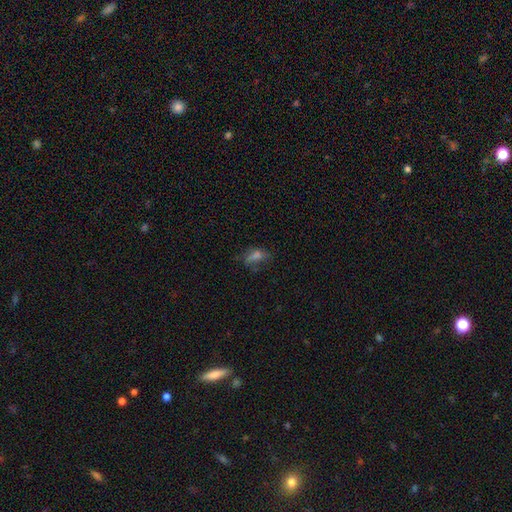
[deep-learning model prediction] Morphology: type=smooth (53%); roundness=in between (72%); merging=none (49%).